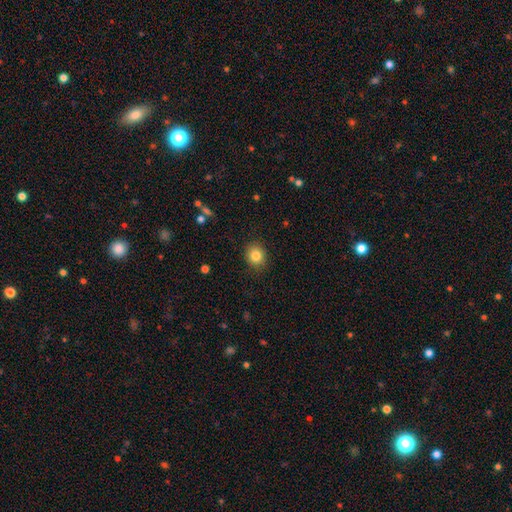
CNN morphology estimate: Q: Smooth or featured?
A: smooth (84%); runner-up: star or artifact (10%)
Q: How rounded?
A: round (78%); runner-up: in between (21%)
Q: Merging?
A: none (89%); runner-up: minor disturbance (8%)